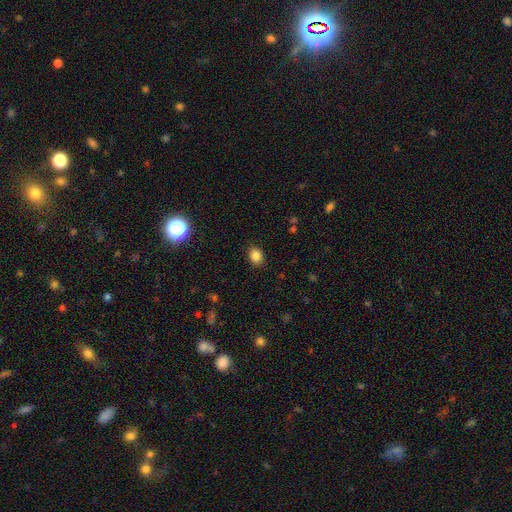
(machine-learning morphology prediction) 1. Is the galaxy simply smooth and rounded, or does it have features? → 84% smooth, 11% star or artifact, 5% featured or disk.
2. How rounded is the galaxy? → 50% round, 49% in between, 1% cigar-shaped.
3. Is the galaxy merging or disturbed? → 88% none, 9% minor disturbance, 2% major disturbance, 1% merger.